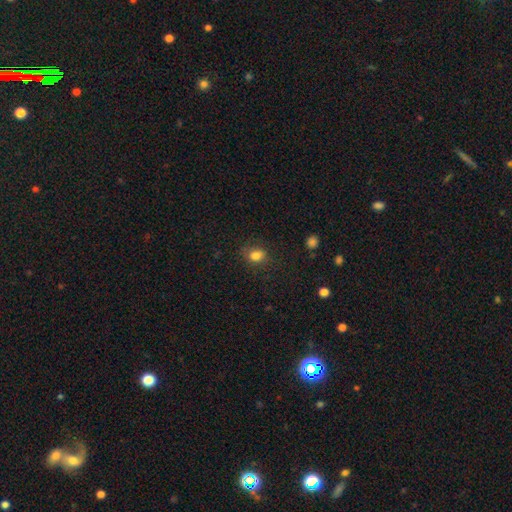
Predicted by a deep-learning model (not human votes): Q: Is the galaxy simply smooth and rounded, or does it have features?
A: smooth — 81%.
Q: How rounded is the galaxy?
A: in between — 61%.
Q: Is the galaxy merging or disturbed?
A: none — 73%.